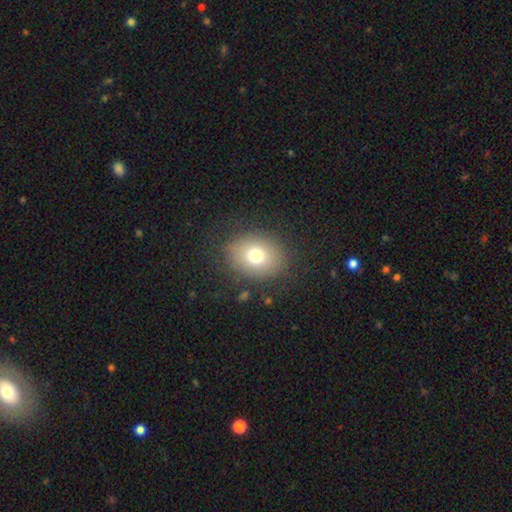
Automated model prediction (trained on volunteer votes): The model was most divided on "how rounded": round: 58%, in between: 41%, cigar-shaped: 1%. More confident: merging — none (83%); smooth or featured — smooth (73%).